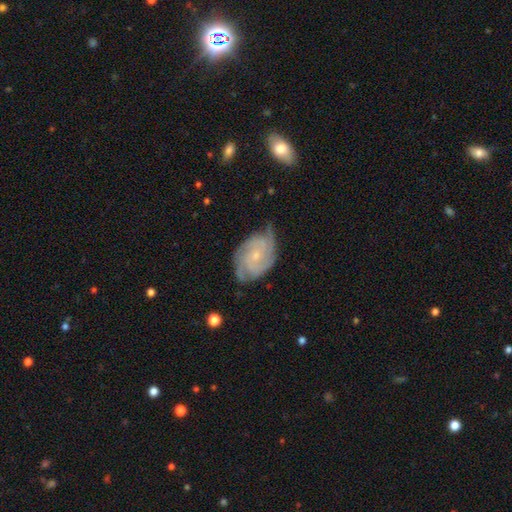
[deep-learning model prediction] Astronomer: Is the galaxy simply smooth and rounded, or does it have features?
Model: featured or disk — 82%.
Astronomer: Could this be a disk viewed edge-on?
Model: no — 97%.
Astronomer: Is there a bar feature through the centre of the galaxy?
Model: no — 71%.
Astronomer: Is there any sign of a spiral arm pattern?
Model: yes — 96%.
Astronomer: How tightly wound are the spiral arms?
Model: tight — 61%.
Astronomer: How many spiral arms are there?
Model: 3 — 28% (runner-up: 2, 26%).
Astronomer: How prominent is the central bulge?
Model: small — 74%.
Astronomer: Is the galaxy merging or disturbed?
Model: none — 64%.